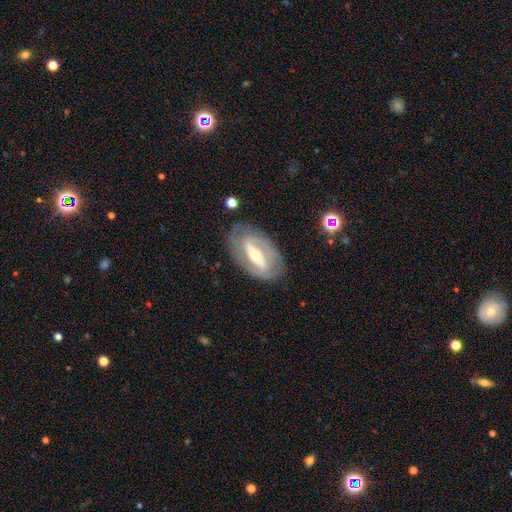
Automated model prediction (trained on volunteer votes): featured or disk 82%, smooth 12%, star or artifact 5%. Down the decision tree: edge-on disk — no (91%); bar — strong (66%); spiral arms — yes (81%); spiral arm count — 2 (81%); spiral winding — tight (42%); bulge size — moderate (59%); merging — none (80%).